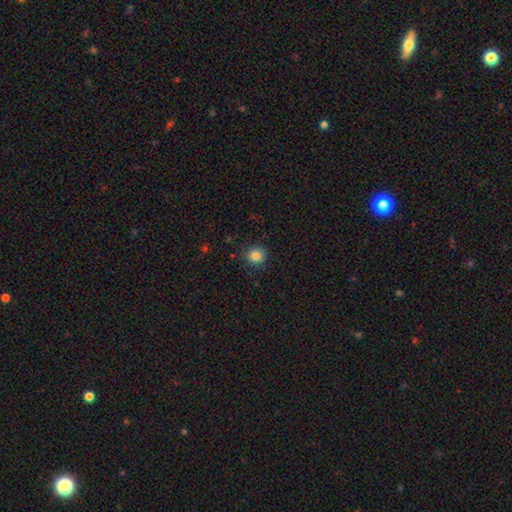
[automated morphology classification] Q: Smooth or featured?
A: smooth (85%); runner-up: star or artifact (10%)
Q: How rounded?
A: round (92%); runner-up: in between (8%)
Q: Merging?
A: none (87%); runner-up: minor disturbance (9%)